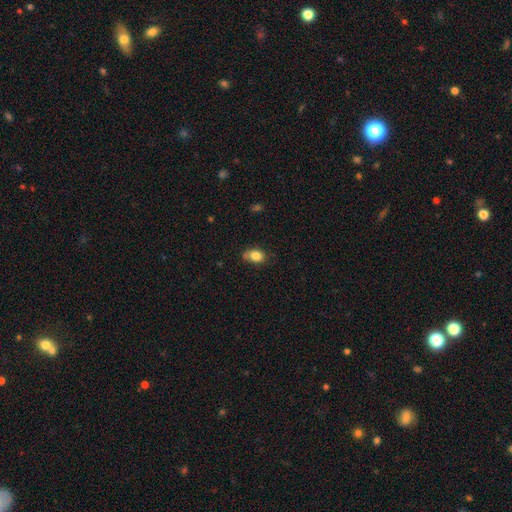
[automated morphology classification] smooth_or_featured: smooth (p=0.83) [alt: star or artifact p=0.09]
how_rounded: in between (p=0.72) [alt: round p=0.27]
merging: none (p=0.63) [alt: minor disturbance p=0.28]